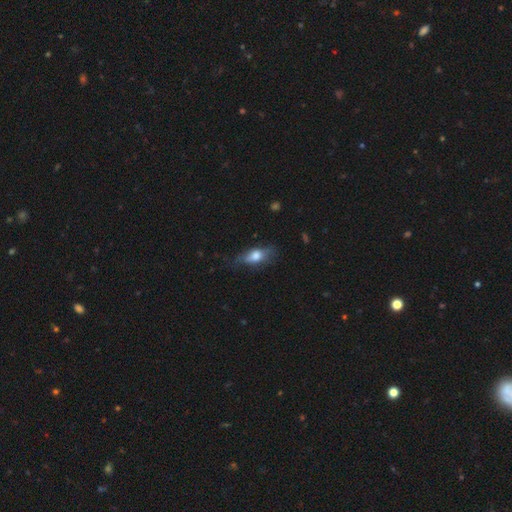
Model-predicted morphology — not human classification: Smooth or featured? Predicted: smooth (p=0.64). How rounded? Predicted: in between (p=0.75). Merging? Predicted: none (p=0.60).